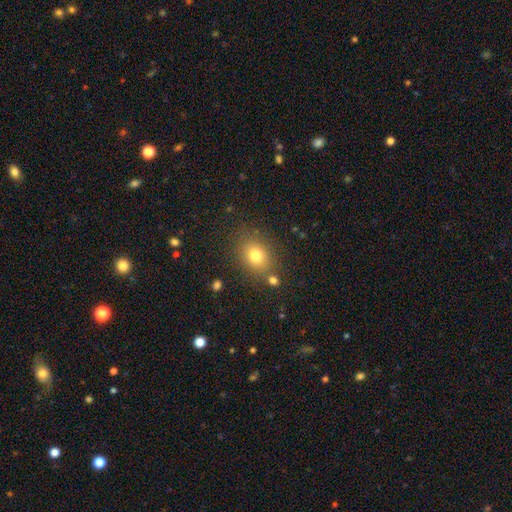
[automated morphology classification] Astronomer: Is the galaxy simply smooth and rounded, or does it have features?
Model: smooth — 77%.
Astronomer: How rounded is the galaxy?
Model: round — 55% (runner-up: in between, 44%).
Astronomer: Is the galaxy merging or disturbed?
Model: none — 81%.